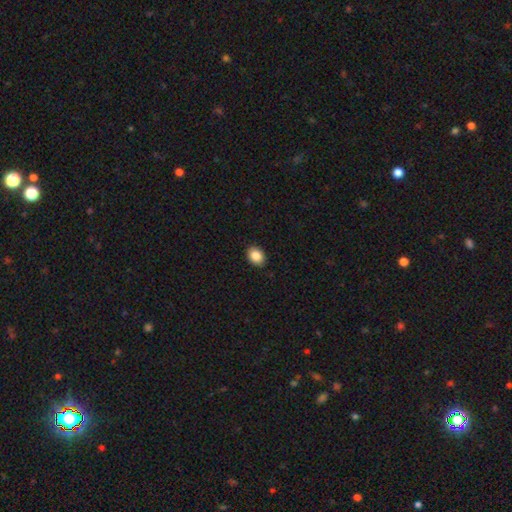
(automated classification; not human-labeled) Smooth or featured? smooth (87%)
How rounded? in between (62%)
Merging? none (90%)